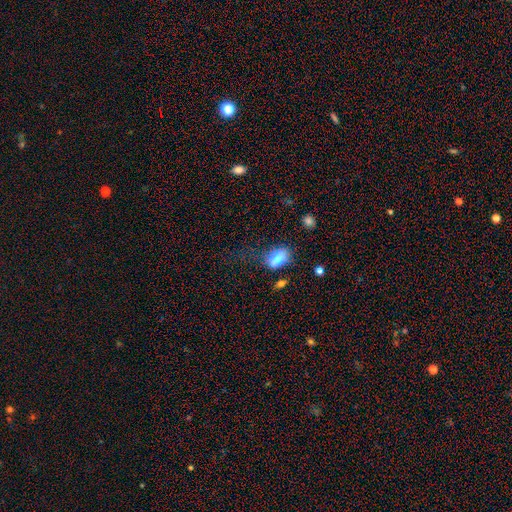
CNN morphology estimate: smooth-or-featured: smooth: 57% | star or artifact: 29% | featured or disk: 14%
  how-rounded: in between: 52% | round: 42% | cigar-shaped: 6%
  merging: none: 46% | major disturbance: 26% | minor disturbance: 21% | merger: 8%